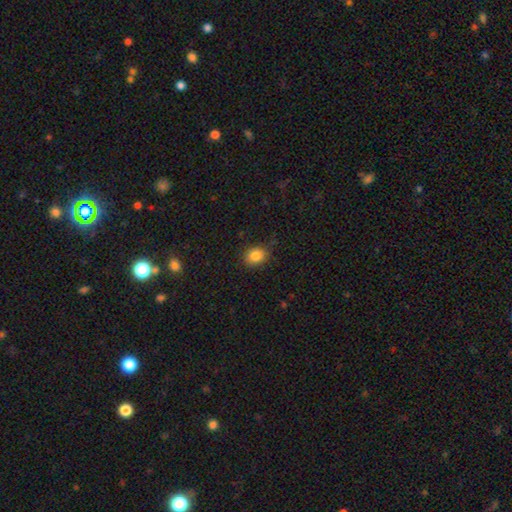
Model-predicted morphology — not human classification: This appears to be a smooth galaxy with no disk features (84%) that is round (54%). Merging: none (84%).